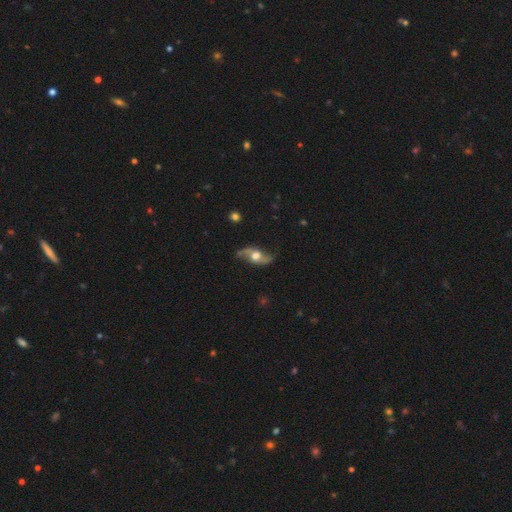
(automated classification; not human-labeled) This is clearly a featured or disk galaxy (84%). It is clearly not viewed edge-on (89%). Bar: likely no (62%). Spiral arm pattern: clearly yes (94%). Spiral arm count: clearly 2 (94%). Spiral winding: clearly loose (83%). Central bulge: possibly moderate (54%). Merging: likely none (77%).